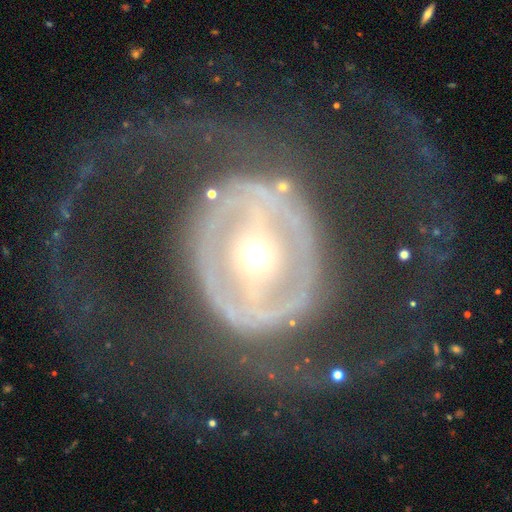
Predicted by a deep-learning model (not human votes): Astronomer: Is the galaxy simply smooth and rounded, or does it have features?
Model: featured or disk — 84%.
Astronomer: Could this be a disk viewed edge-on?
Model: no — 95%.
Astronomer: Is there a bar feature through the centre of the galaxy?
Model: strong — 41% (runner-up: weak, 29%).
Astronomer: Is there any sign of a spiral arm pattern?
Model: yes — 62% (runner-up: no, 38%).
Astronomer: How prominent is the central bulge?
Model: small — 51% (runner-up: moderate, 41%).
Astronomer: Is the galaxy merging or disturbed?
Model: none — 53% (runner-up: major disturbance, 33%).